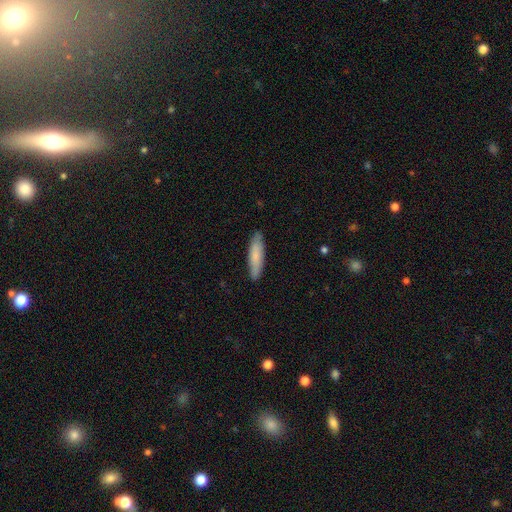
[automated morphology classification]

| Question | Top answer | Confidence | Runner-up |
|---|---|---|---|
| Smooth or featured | smooth | 78% | featured or disk (16%) |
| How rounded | cigar-shaped | 74% | in between (25%) |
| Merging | none | 87% | minor disturbance (11%) |